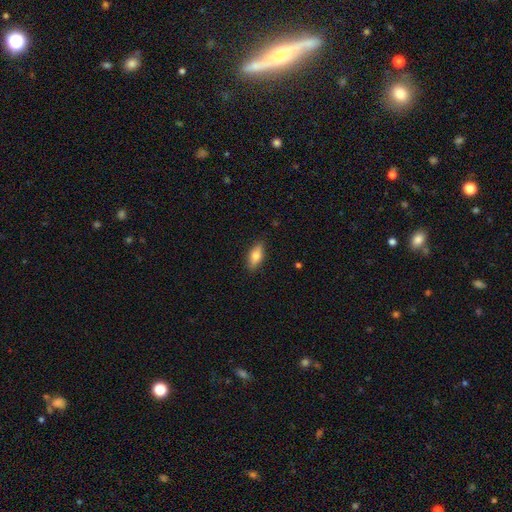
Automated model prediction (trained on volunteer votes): Morphology: type=smooth (69%); roundness=in between (75%); merging=none (86%).